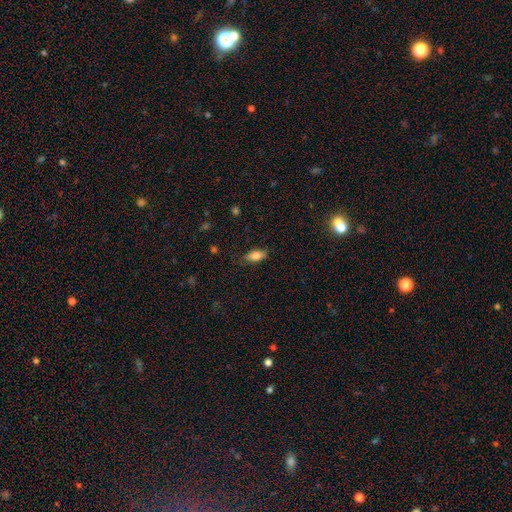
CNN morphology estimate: A smooth galaxy with no disk features (84%) that is in between round and cigar-shaped (85%).

Vote fractions:
- Smooth or featured? smooth: 84% / star or artifact: 8% / featured or disk: 8%
- How rounded? in between: 85% / cigar-shaped: 12% / round: 3%
- Merging? none: 80% / minor disturbance: 15% / major disturbance: 4% / merger: 1%